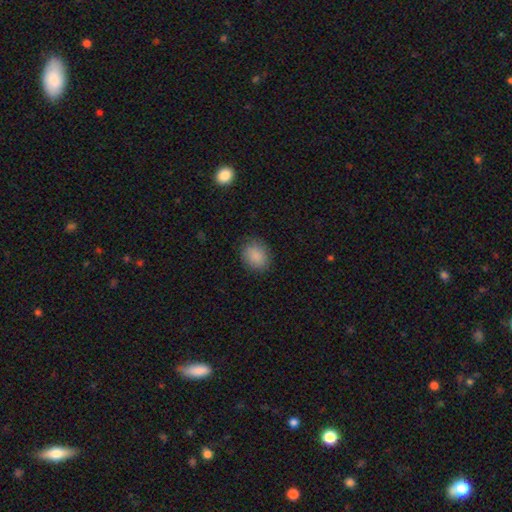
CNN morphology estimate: type=smooth (88%); roundness=round (57%); merging=none (84%).